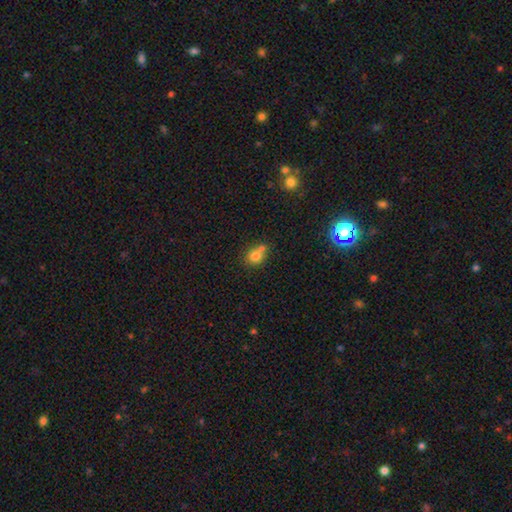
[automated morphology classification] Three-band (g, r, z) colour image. It shows a smooth galaxy with no disk features (76%) that is round (78%). Merging: merger (45%).